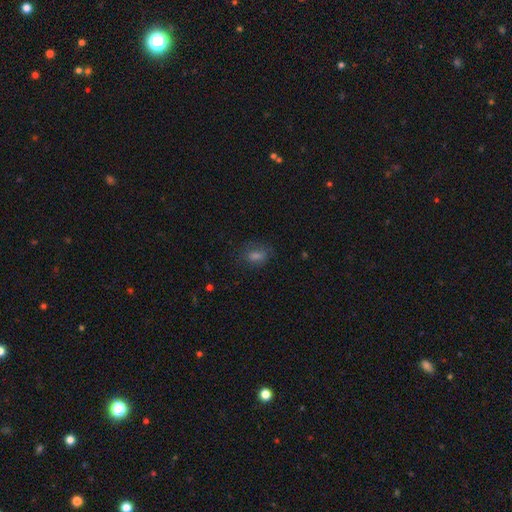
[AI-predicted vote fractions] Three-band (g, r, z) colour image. It shows a smooth galaxy with no disk features (65%) that is in between round and cigar-shaped (68%). Merging: none (73%).